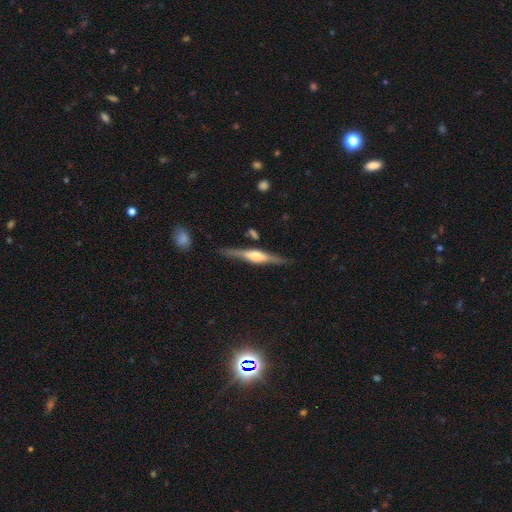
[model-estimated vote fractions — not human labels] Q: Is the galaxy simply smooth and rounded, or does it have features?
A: featured or disk — 73%.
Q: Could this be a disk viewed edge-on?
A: yes — 97%.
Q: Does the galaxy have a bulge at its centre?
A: rounded — 71%.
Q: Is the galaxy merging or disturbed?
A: none — 84%.